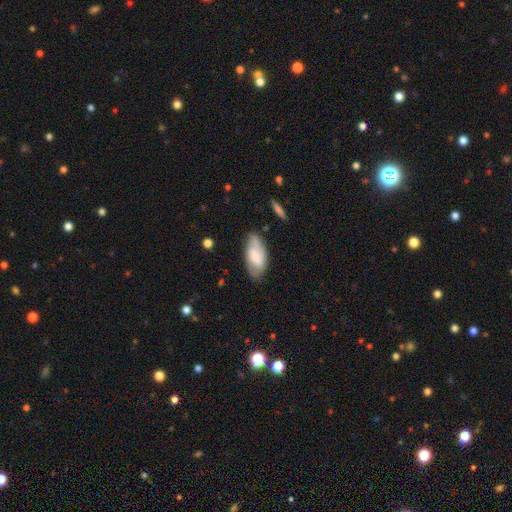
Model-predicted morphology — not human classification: smooth-or-featured: smooth: 58% | featured or disk: 36% | star or artifact: 7%
  how-rounded: in between: 90% | cigar-shaped: 7% | round: 3%
  merging: none: 65% | minor disturbance: 25% | major disturbance: 8% | merger: 2%